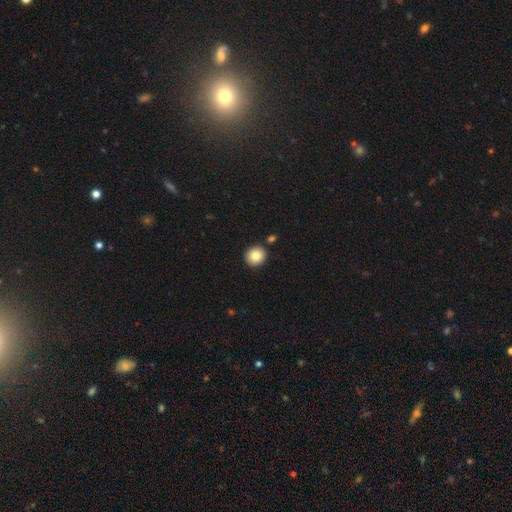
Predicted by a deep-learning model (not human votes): A smooth galaxy with no disk features (83%) that is round (89%).

Vote fractions:
- Smooth or featured? smooth: 83% / star or artifact: 9% / featured or disk: 8%
- How rounded? round: 89% / in between: 10% / cigar-shaped: 1%
- Merging? none: 88% / minor disturbance: 6% / merger: 4% / major disturbance: 2%